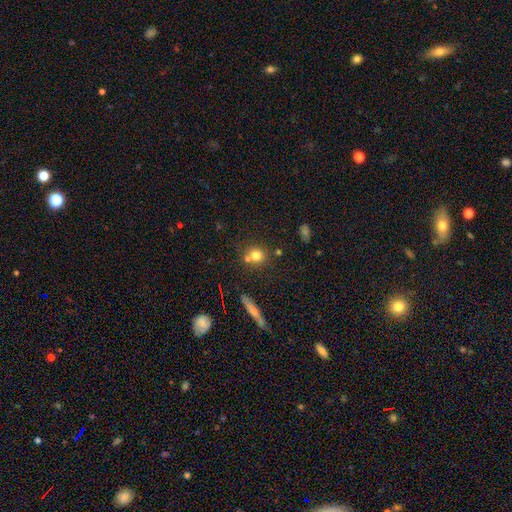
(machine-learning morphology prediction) Smooth or featured: smooth — 73% (star or artifact — 14%)
How rounded: round — 84% (in between — 14%)
Merging: none — 61% (merger — 26%)